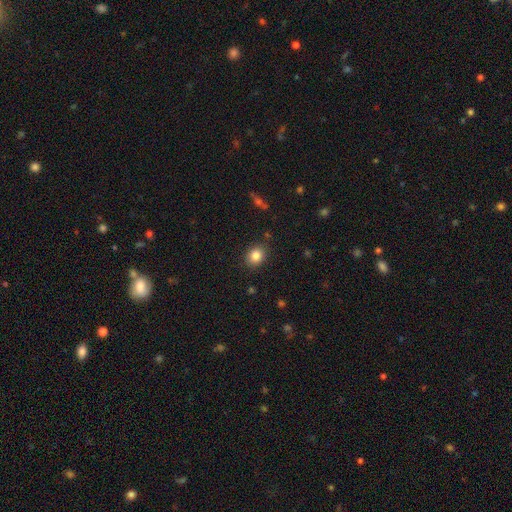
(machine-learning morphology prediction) A smooth galaxy with no disk features (84%) that is round (62%). Merging: none (87%).